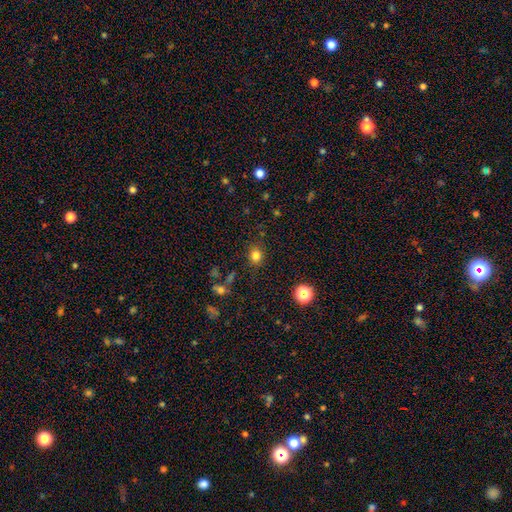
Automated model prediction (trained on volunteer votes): Smooth or featured?
  - smooth: 81% *
  - star or artifact: 14%
  - featured or disk: 5%
How rounded?
  - round: 78% *
  - in between: 21%
  - cigar-shaped: 1%
Merging?
  - none: 85% *
  - minor disturbance: 9%
  - major disturbance: 3%
  - merger: 2%